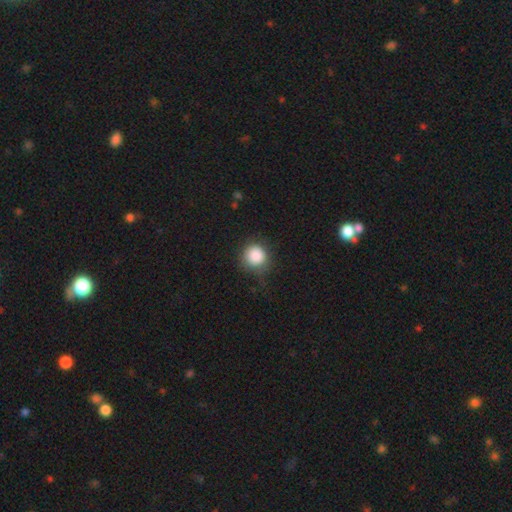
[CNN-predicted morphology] Smooth or featured? Predicted: smooth (p=0.87). How rounded? Predicted: round (p=0.91). Merging? Predicted: none (p=0.72).